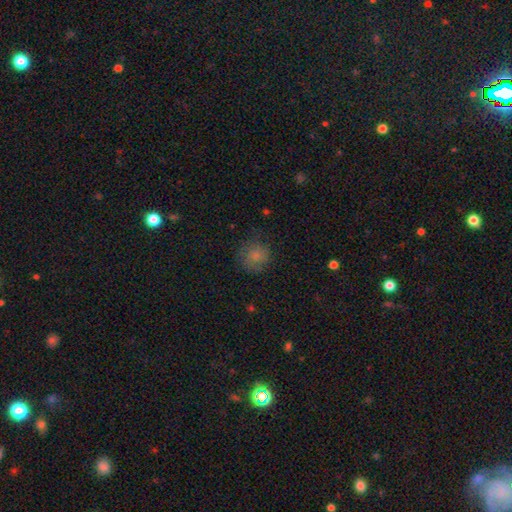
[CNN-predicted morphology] Overall: smooth (78%). How rounded: round (89%). Merging: none (74%).